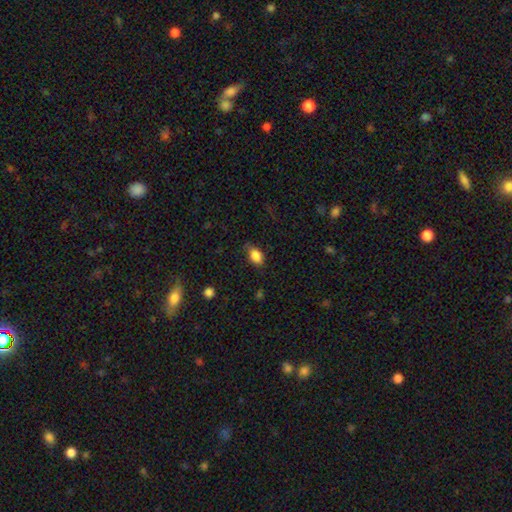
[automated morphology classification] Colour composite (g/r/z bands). It shows a smooth galaxy with no disk features (85%) that is in between round and cigar-shaped (83%). Merging: none (71%).